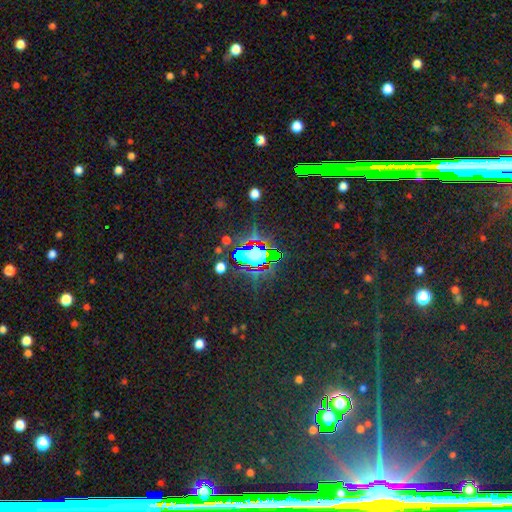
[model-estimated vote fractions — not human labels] Morphology: type=star or artifact (64%).